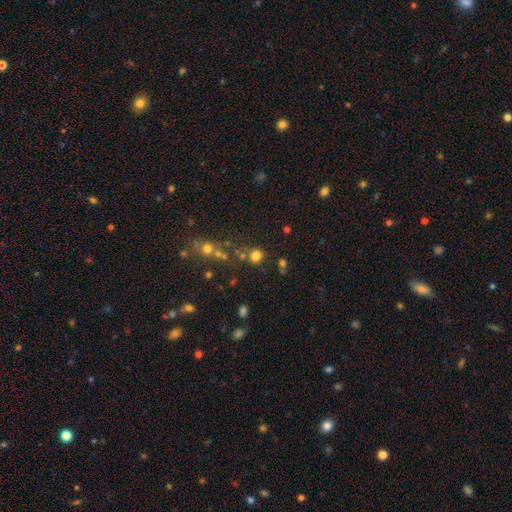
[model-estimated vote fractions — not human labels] Smooth or featured?
  - smooth: 75% *
  - star or artifact: 18%
  - featured or disk: 7%
How rounded?
  - round: 83% *
  - in between: 16%
  - cigar-shaped: 1%
Merging?
  - none: 71% *
  - merger: 13%
  - minor disturbance: 11%
  - major disturbance: 5%